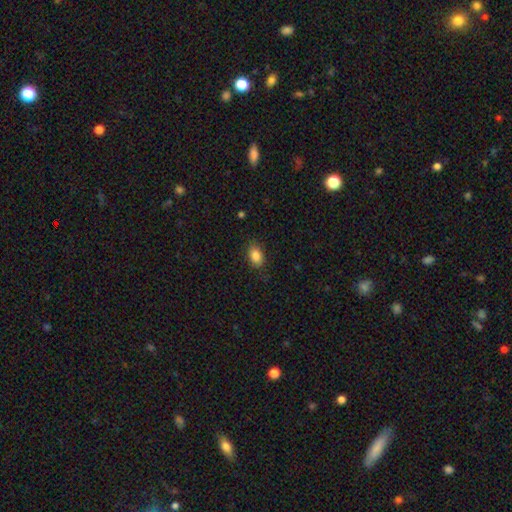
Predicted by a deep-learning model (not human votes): The model was most divided on "merging": none: 82%, minor disturbance: 14%, major disturbance: 3%, merger: 1%. More confident: smooth or featured — smooth (87%); how rounded — in between (85%).